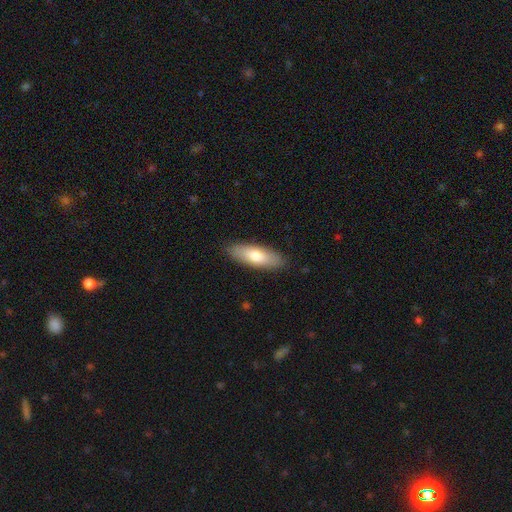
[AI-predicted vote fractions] A smooth galaxy with no disk features (73%) that is in between round and cigar-shaped (57%).

Vote fractions:
- Smooth or featured? smooth: 73% / featured or disk: 22% / star or artifact: 5%
- How rounded? in between: 57% / cigar-shaped: 41% / round: 2%
- Merging? none: 88% / minor disturbance: 9% / major disturbance: 2% / merger: 1%